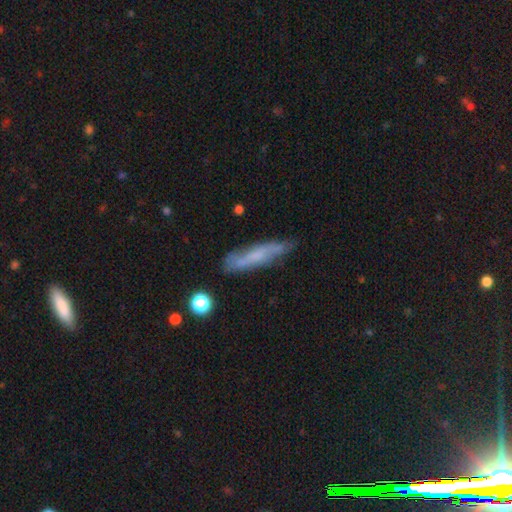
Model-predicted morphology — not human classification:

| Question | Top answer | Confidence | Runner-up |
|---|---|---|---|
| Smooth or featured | smooth | 46% | featured or disk (45%) |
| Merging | none | 73% | minor disturbance (19%) |